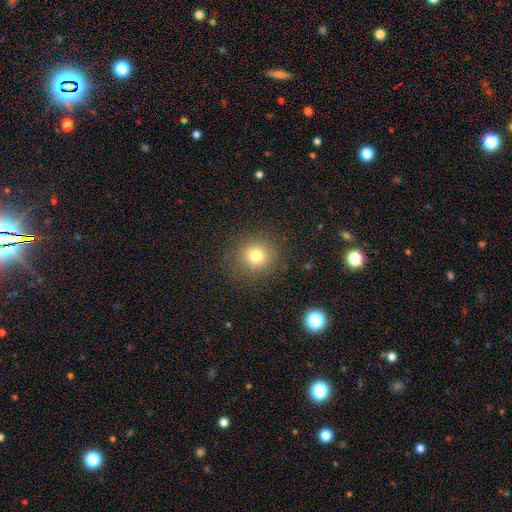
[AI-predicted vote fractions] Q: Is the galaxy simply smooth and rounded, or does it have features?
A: smooth — 76%.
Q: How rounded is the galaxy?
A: round — 90%.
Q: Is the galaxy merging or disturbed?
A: none — 87%.